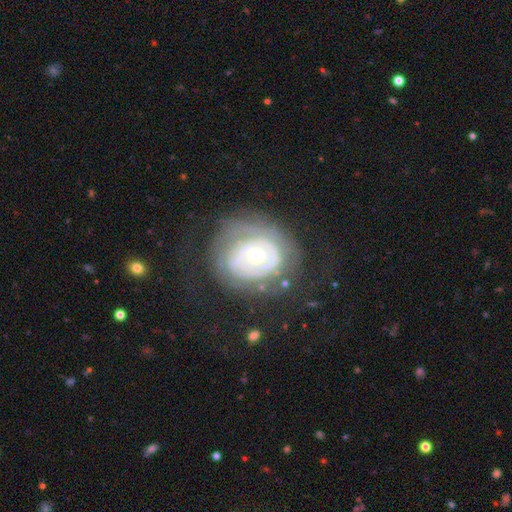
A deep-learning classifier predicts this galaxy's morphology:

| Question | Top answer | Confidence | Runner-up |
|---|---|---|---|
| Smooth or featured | featured or disk | 75% | smooth (19%) |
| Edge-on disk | no | 97% | yes (3%) |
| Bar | no | 79% | weak (16%) |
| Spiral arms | yes | 66% | no (34%) |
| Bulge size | small | 50% | moderate (45%) |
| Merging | none | 57% | minor disturbance (22%) |